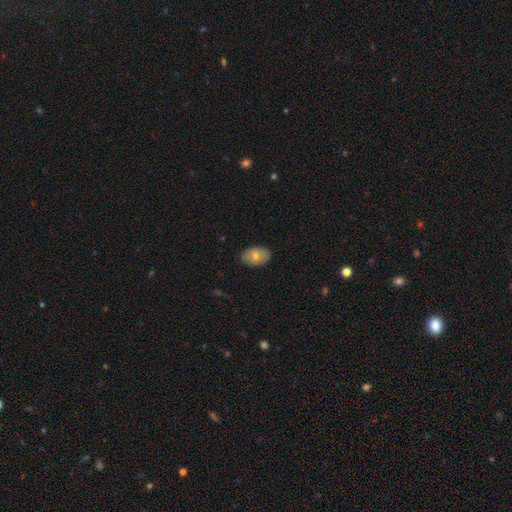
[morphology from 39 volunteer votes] Smooth or featured? 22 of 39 (56%) said smooth. How rounded? 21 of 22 (95%) said in between. Merging? 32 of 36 (89%) said none.